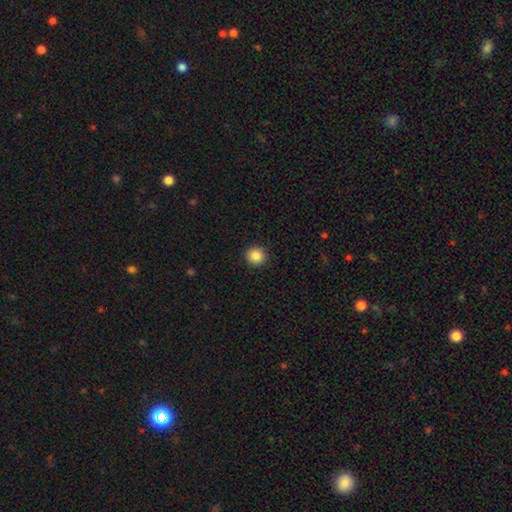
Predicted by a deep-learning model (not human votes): Smooth or featured: smooth — 86% (star or artifact — 10%)
How rounded: round — 93% (in between — 6%)
Merging: none — 93% (minor disturbance — 5%)